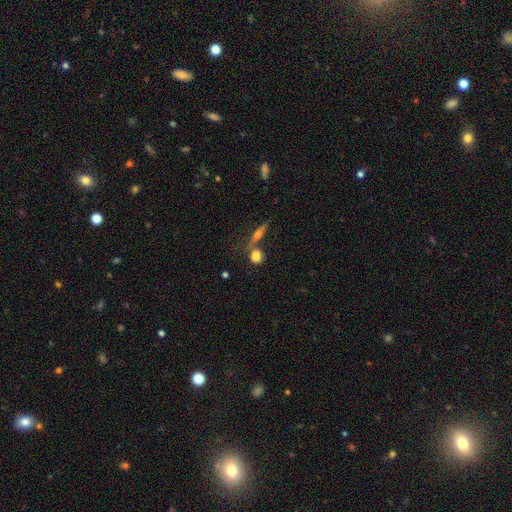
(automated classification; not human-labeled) This is likely a smooth galaxy (72%). How rounded: likely round (66%). Merging: possibly none (58%).